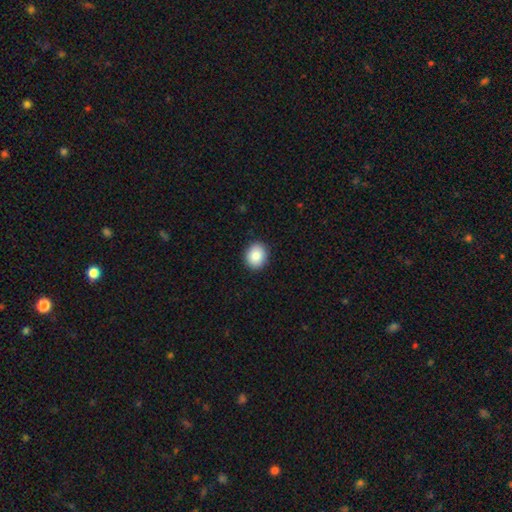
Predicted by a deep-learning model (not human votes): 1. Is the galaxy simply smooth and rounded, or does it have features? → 87% smooth, 8% star or artifact, 5% featured or disk.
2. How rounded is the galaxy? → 61% round, 38% in between, 1% cigar-shaped.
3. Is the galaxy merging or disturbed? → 91% none, 7% minor disturbance, 2% major disturbance, 1% merger.